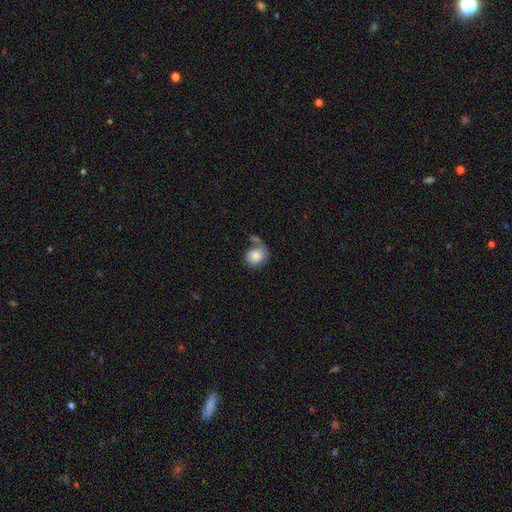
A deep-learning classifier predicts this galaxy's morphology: smooth_or_featured: smooth (p=0.82) [alt: featured or disk p=0.11]
how_rounded: round (p=0.74) [alt: in between p=0.25]
merging: none (p=0.44) [alt: merger p=0.21]